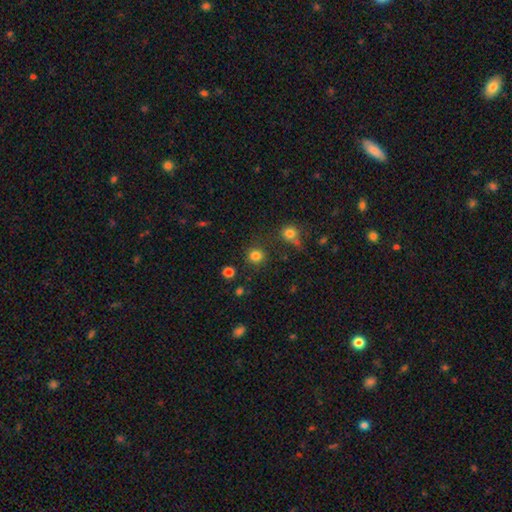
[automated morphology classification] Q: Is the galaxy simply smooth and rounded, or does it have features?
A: smooth — 81%.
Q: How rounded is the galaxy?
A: round — 84%.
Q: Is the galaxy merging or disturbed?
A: none — 82%.